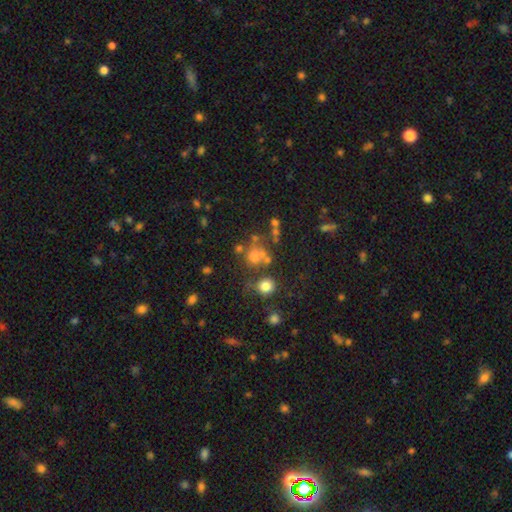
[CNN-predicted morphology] Smooth or featured? Predicted: smooth (p=0.60). How rounded? Predicted: round (p=0.81). Merging? Predicted: none (p=0.49).